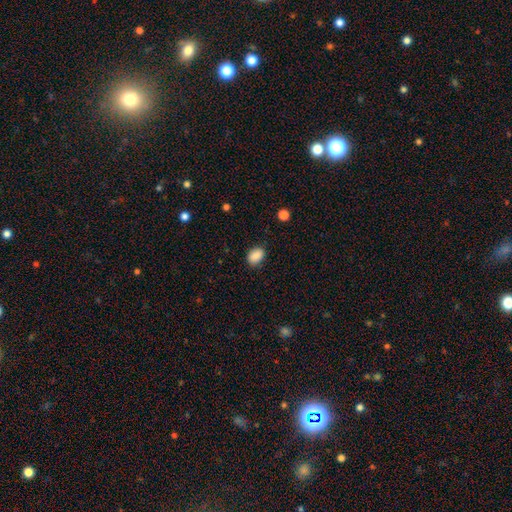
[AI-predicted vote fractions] Smooth or featured? smooth (88%)
How rounded? in between (77%)
Merging? none (83%)